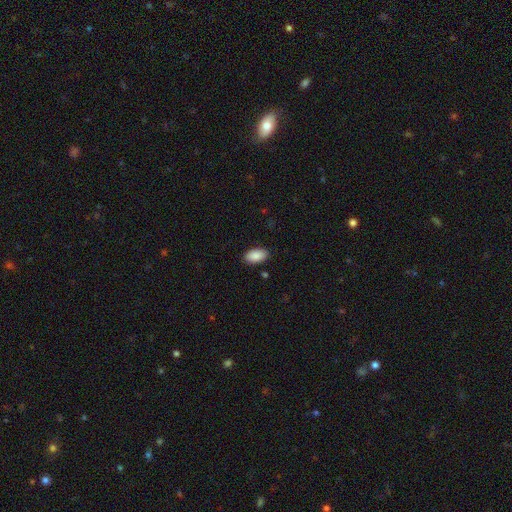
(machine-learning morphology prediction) smooth_or_featured: smooth (p=0.89) [alt: star or artifact p=0.07]
how_rounded: in between (p=0.95) [alt: round p=0.03]
merging: none (p=0.88) [alt: minor disturbance p=0.09]